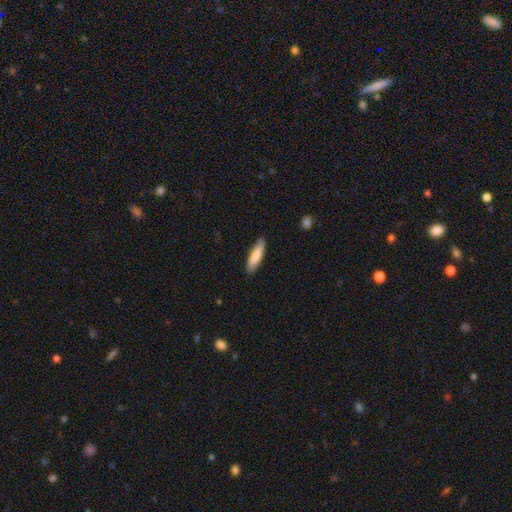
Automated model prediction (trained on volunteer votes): Smooth or featured?
  - smooth: 81% *
  - featured or disk: 13%
  - star or artifact: 5%
How rounded?
  - cigar-shaped: 70% *
  - in between: 29%
  - round: 1%
Merging?
  - none: 88% *
  - minor disturbance: 9%
  - major disturbance: 2%
  - merger: 1%